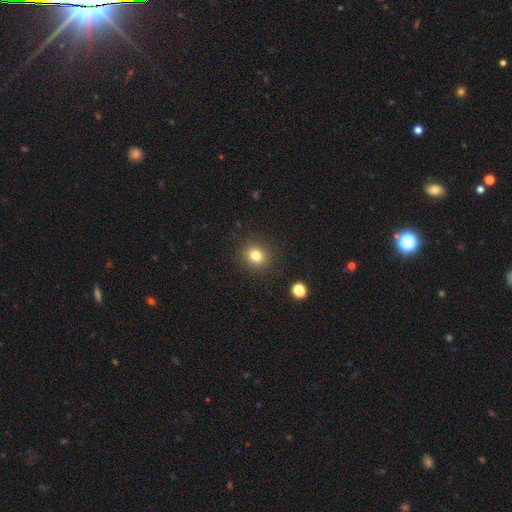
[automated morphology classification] This appears to be a smooth galaxy with no disk features (81%) that is round (78%). Merging: none (88%).